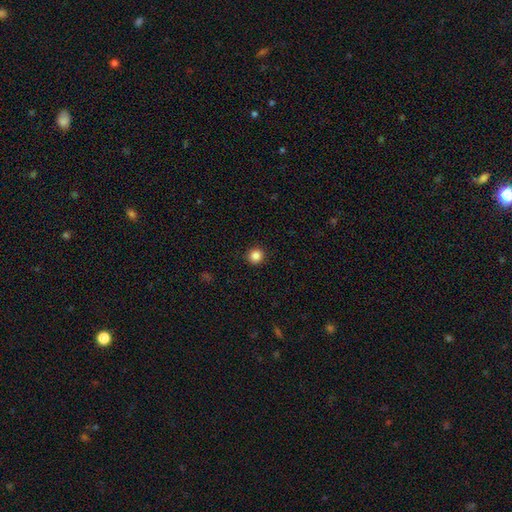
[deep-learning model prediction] Overall: smooth (85%). How rounded: round (94%). Merging: none (93%).